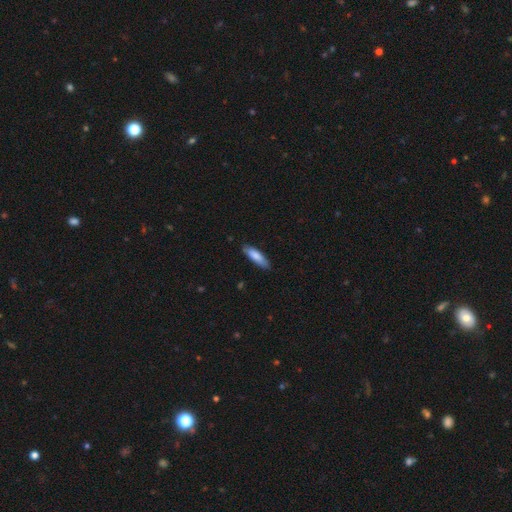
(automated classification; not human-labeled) The model was most divided on "how rounded": cigar-shaped: 60%, in between: 39%, round: 1%. More confident: merging — none (81%); smooth or featured — smooth (80%).